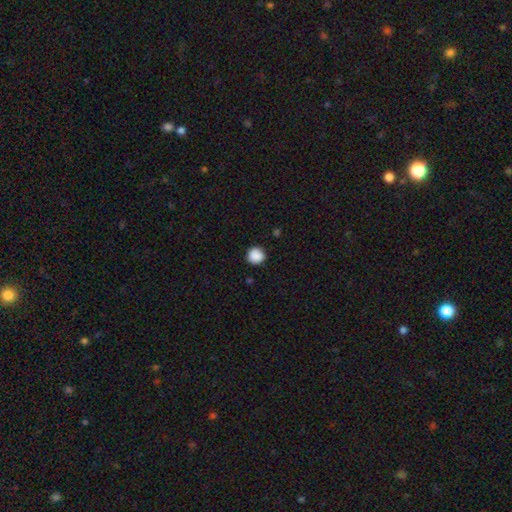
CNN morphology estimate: type=smooth (89%); roundness=round (94%); merging=none (90%).